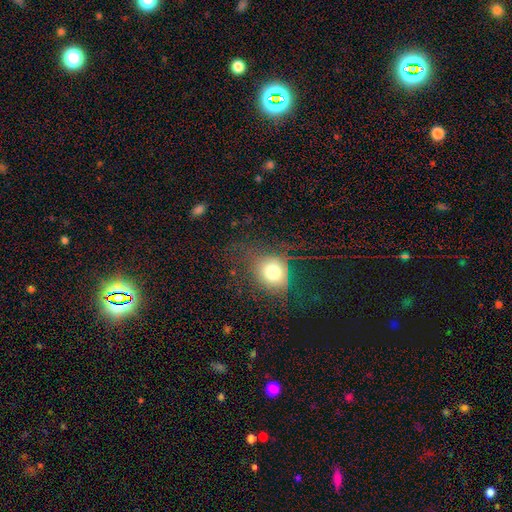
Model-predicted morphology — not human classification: Smooth or featured?
  - smooth: 64% *
  - star or artifact: 24%
  - featured or disk: 12%
How rounded?
  - round: 65% *
  - in between: 33%
  - cigar-shaped: 1%
Merging?
  - none: 69% *
  - minor disturbance: 19%
  - major disturbance: 10%
  - merger: 2%